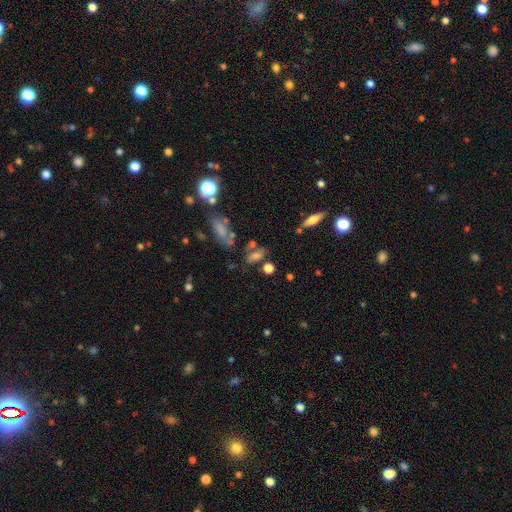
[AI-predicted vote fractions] Q: Smooth or featured?
A: smooth (62%); runner-up: featured or disk (19%)
Q: How rounded?
A: in between (76%); runner-up: round (13%)
Q: Merging?
A: none (53%); runner-up: minor disturbance (19%)